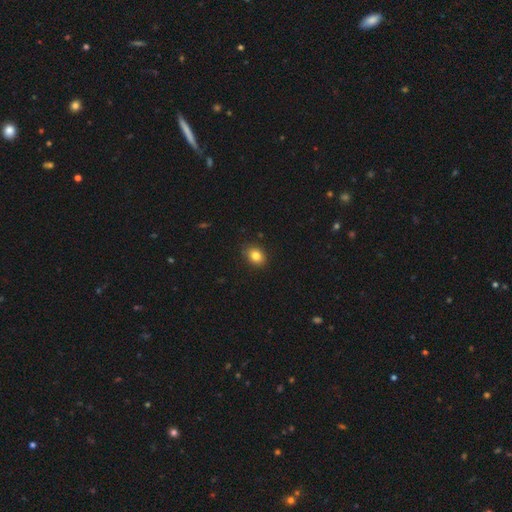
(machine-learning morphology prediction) type=smooth (83%); roundness=in between (62%); merging=none (87%).